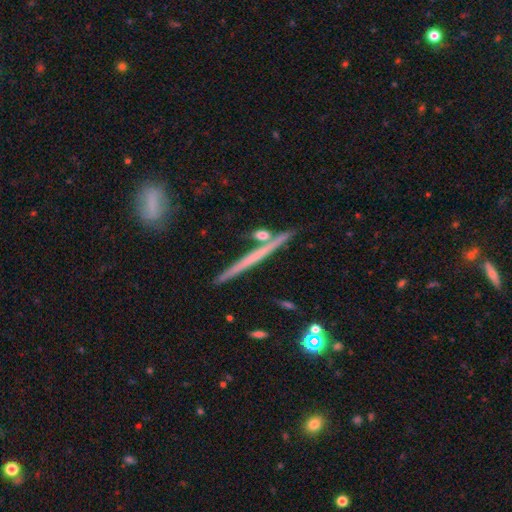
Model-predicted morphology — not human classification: smooth-or-featured: featured or disk: 61% | smooth: 31% | star or artifact: 7%
  disk-edge-on: yes: 97% | no: 3%
    edge-on-bulge: none: 83% | rounded: 12% | boxy: 5%
  merging: none: 84% | minor disturbance: 8% | merger: 6% | major disturbance: 2%